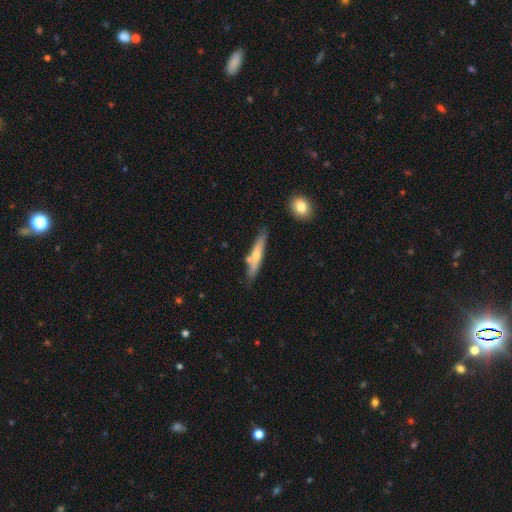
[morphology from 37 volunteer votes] Smooth or featured? smooth (59%)
How rounded? cigar-shaped (91%)
Merging? none (54%)